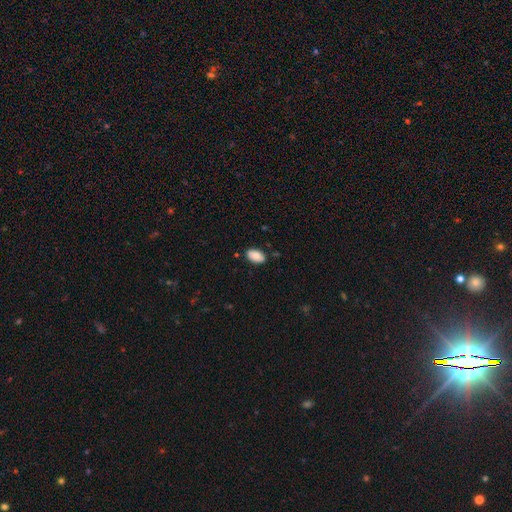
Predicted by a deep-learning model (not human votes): This is clearly a smooth galaxy (87%). How rounded: clearly in between (94%). Merging: clearly none (85%).